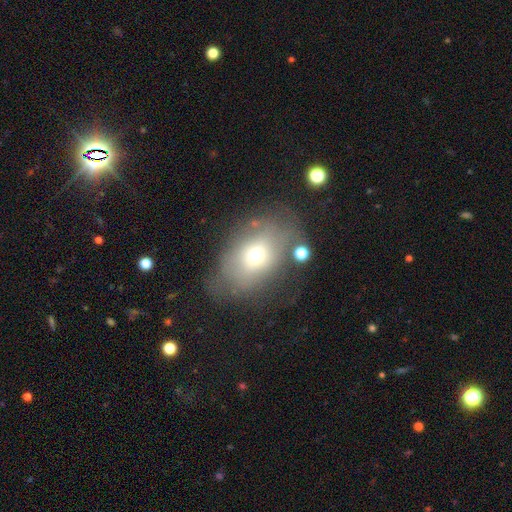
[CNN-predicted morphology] Q: Smooth or featured?
A: smooth (59%); runner-up: featured or disk (28%)
Q: How rounded?
A: in between (74%); runner-up: round (24%)
Q: Merging?
A: none (59%); runner-up: minor disturbance (22%)